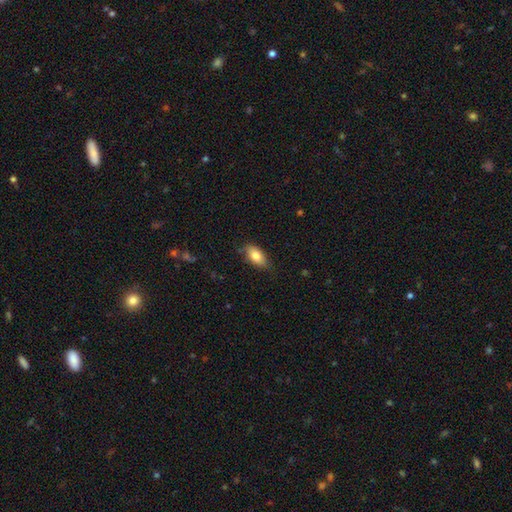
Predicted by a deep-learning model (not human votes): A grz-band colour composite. It shows a smooth galaxy with no disk features (81%) that is in between round and cigar-shaped (89%). Merging: none (77%).